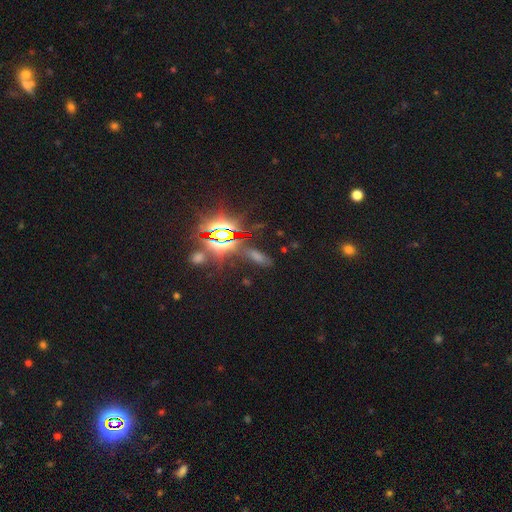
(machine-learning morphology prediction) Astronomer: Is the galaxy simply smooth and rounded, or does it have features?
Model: star or artifact — 64%.